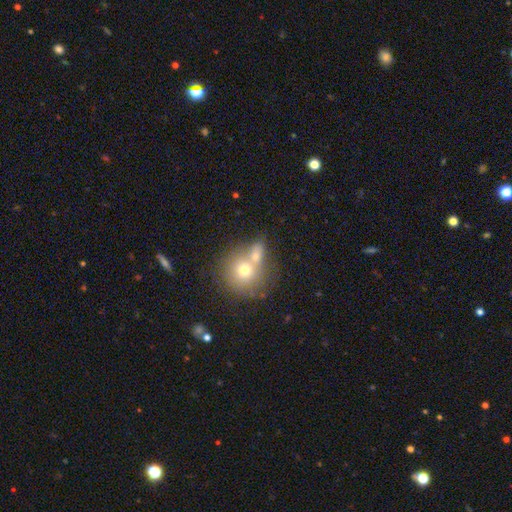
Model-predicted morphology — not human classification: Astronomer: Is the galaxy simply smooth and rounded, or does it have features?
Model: smooth — 68%.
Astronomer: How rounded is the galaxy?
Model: round — 78%.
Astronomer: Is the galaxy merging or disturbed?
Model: merger — 53% (runner-up: none, 34%).